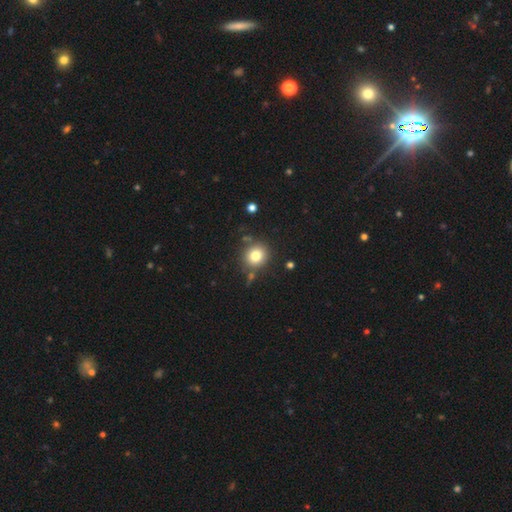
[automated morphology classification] Smooth or featured? Predicted: smooth (p=0.79). How rounded? Predicted: round (p=0.85). Merging? Predicted: none (p=0.80).